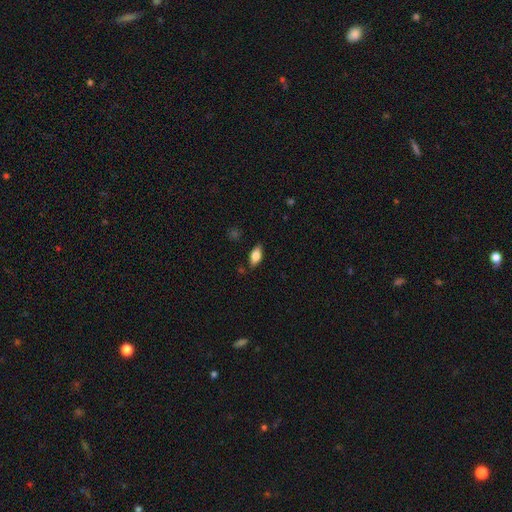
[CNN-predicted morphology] smooth_or_featured: smooth (p=0.75) [alt: featured or disk p=0.17]
how_rounded: in between (p=0.87) [alt: cigar-shaped p=0.09]
merging: none (p=0.82) [alt: minor disturbance p=0.13]